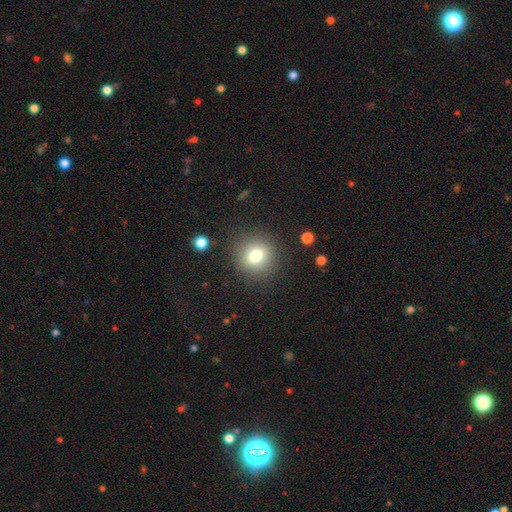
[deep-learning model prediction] This appears to be a smooth galaxy with no disk features (76%) that is round (88%). Merging: none (87%).